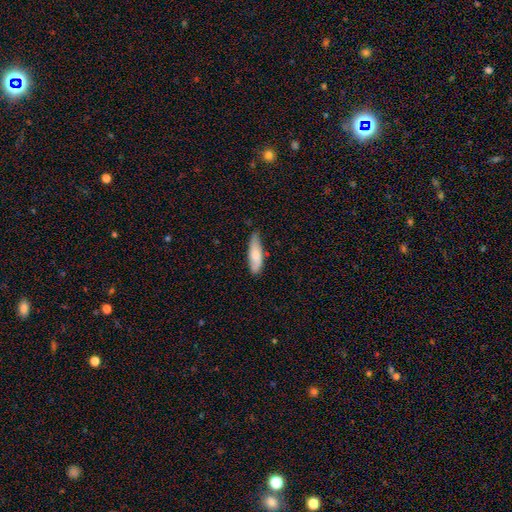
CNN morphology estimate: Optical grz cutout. It shows a smooth galaxy with no disk features (72%) that is cigar-shaped (50%). Merging: none (67%).